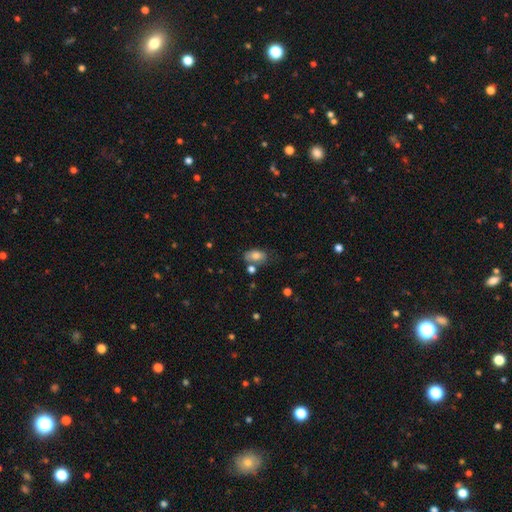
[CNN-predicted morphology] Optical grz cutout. It shows a smooth galaxy with no disk features (75%) that is in between round and cigar-shaped (89%). Merging: none (55%).